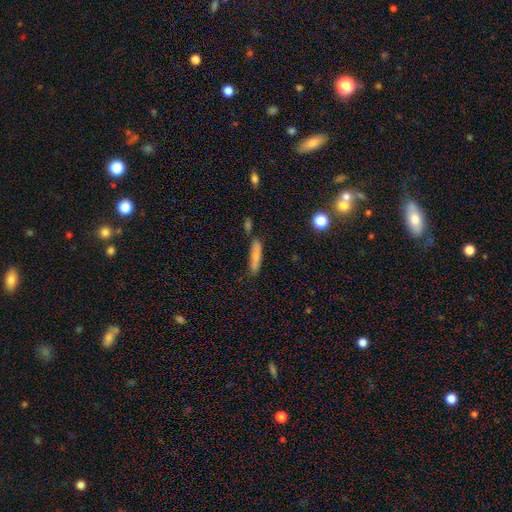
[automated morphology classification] smooth_or_featured: smooth (p=0.76) [alt: featured or disk p=0.16]
how_rounded: cigar-shaped (p=0.85) [alt: in between p=0.13]
merging: none (p=0.69) [alt: minor disturbance p=0.15]